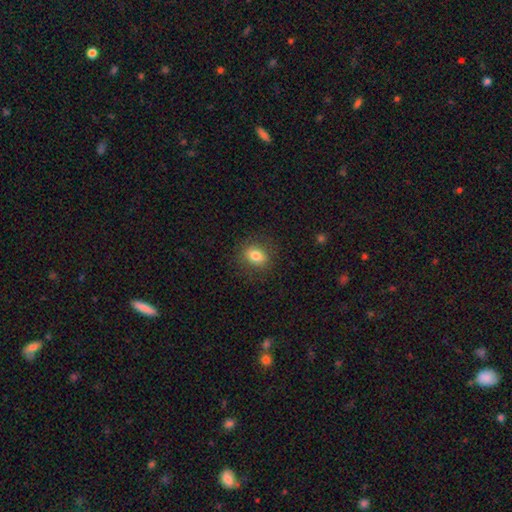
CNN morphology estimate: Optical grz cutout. It shows a smooth galaxy with no disk features (80%) that is in between round and cigar-shaped (59%). Merging: none (86%).